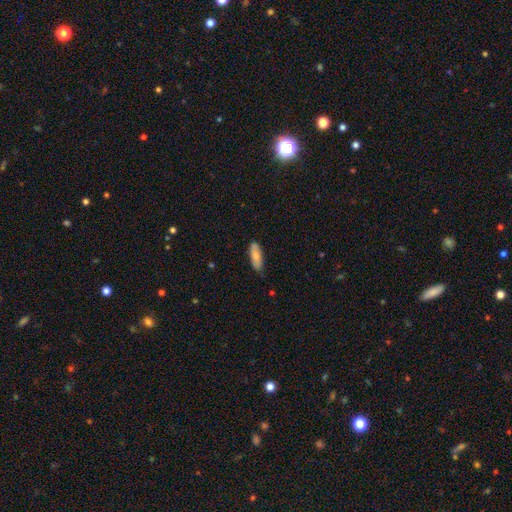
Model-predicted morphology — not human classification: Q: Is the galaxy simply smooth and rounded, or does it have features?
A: smooth — 71%.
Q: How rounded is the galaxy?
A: in between — 61%.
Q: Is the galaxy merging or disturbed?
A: none — 79%.